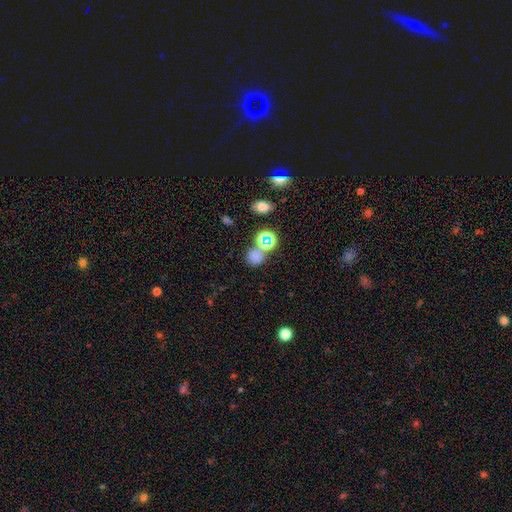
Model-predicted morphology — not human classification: Smooth or featured: smooth — 64% (star or artifact — 29%)
How rounded: round — 71% (in between — 27%)
Merging: none — 60% (merger — 23%)